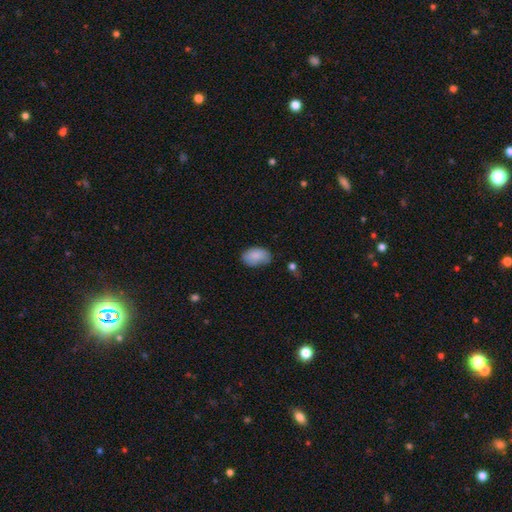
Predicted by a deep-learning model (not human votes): Smooth or featured? Predicted: smooth (p=0.87). How rounded? Predicted: in between (p=0.90). Merging? Predicted: none (p=0.69).